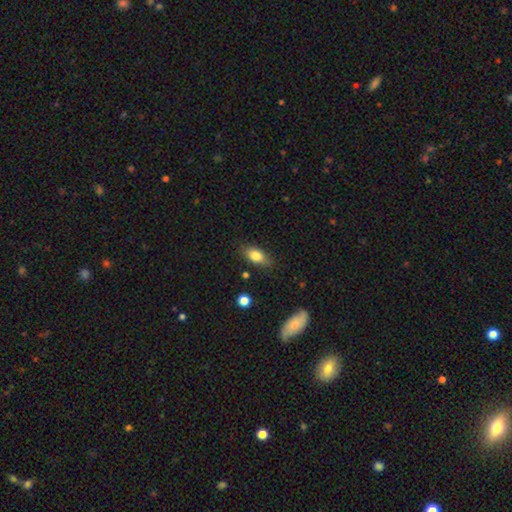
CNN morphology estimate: smooth_or_featured: smooth (p=0.79) [alt: featured or disk p=0.13]
how_rounded: in between (p=0.83) [alt: cigar-shaped p=0.10]
merging: none (p=0.81) [alt: minor disturbance p=0.14]